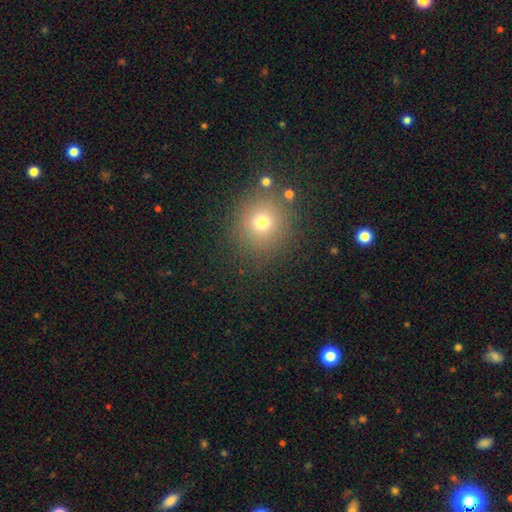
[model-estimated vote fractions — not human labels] Smooth or featured? Predicted: smooth (p=0.63). How rounded? Predicted: round (p=0.92). Merging? Predicted: none (p=0.87).